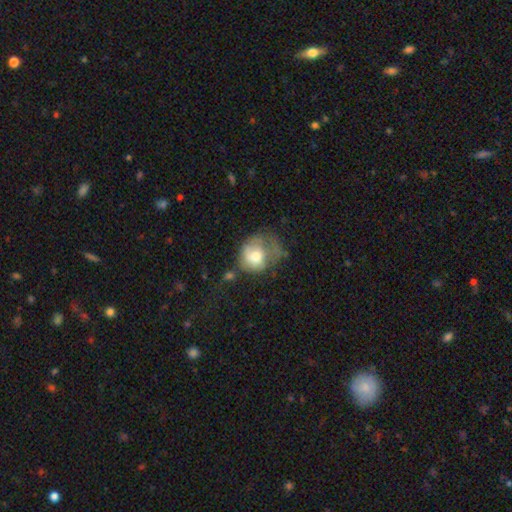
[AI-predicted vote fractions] smooth-or-featured: smooth: 61% | featured or disk: 30% | star or artifact: 8%
  how-rounded: round: 63% | in between: 36% | cigar-shaped: 1%
  merging: major disturbance: 40% | minor disturbance: 28% | none: 24% | merger: 8%